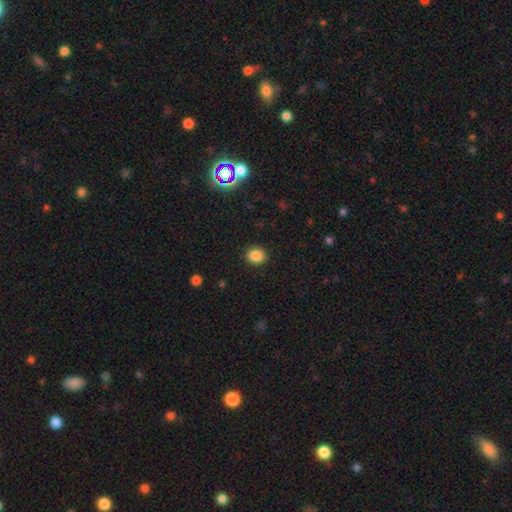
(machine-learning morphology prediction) Overall: smooth (85%). How rounded: round (81%). Merging: none (91%).